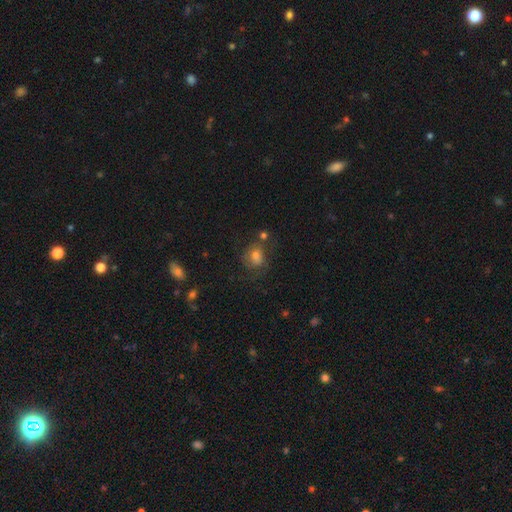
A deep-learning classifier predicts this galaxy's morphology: Smooth or featured: smooth — 60% (featured or disk — 24%)
How rounded: round — 58% (in between — 41%)
Merging: none — 55% (minor disturbance — 21%)